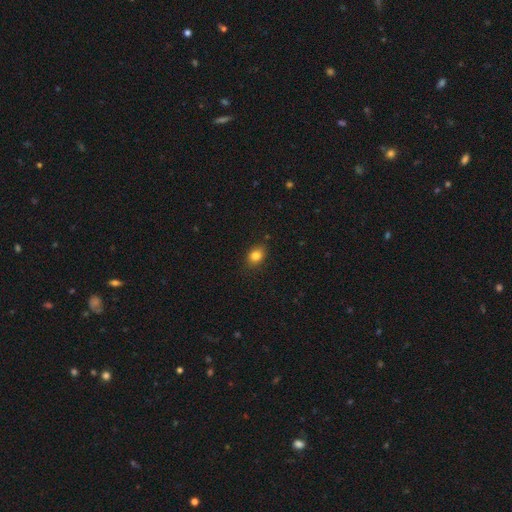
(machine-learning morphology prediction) Smooth or featured?
  - smooth: 83% *
  - star or artifact: 11%
  - featured or disk: 6%
How rounded?
  - in between: 62% *
  - round: 36%
  - cigar-shaped: 1%
Merging?
  - none: 84% *
  - minor disturbance: 12%
  - major disturbance: 3%
  - merger: 1%